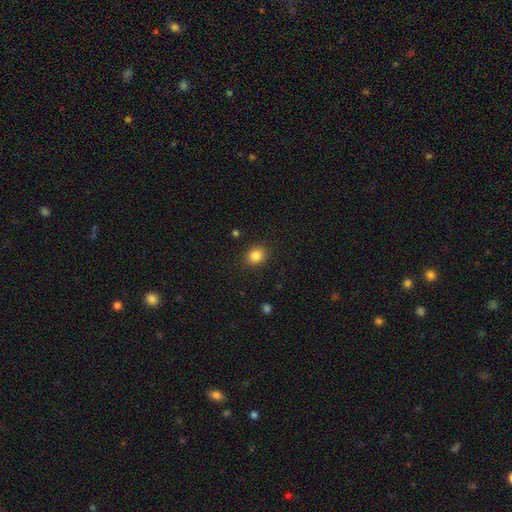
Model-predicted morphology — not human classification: smooth-or-featured: smooth: 84% | star or artifact: 11% | featured or disk: 5%
  how-rounded: round: 71% | in between: 28% | cigar-shaped: 1%
  merging: none: 89% | minor disturbance: 8% | major disturbance: 2% | merger: 1%